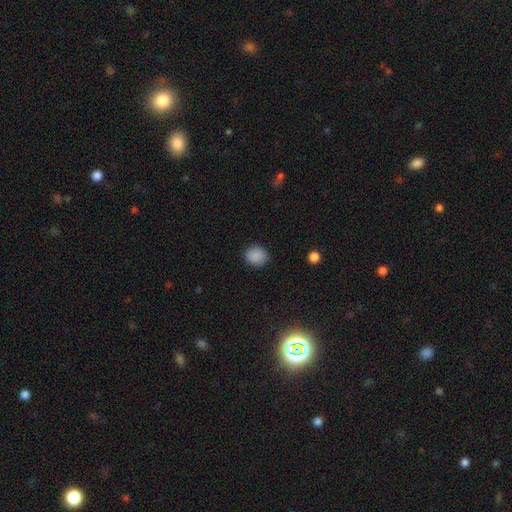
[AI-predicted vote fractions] The model was most divided on "how rounded": round: 77%, in between: 22%, cigar-shaped: 1%. More confident: merging — none (88%); smooth or featured — smooth (87%).